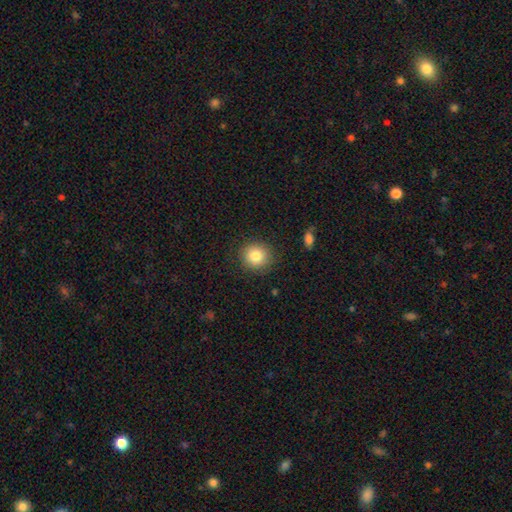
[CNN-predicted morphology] Smooth or featured? smooth (82%)
How rounded? round (88%)
Merging? none (88%)